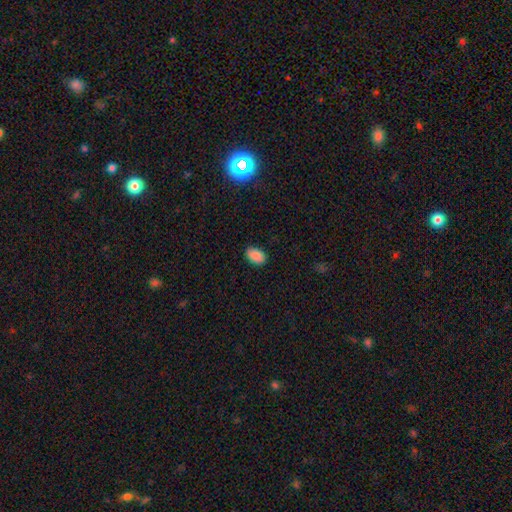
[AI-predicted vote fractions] smooth 89%, star or artifact 8%, featured or disk 3%. Down the decision tree: how rounded — in between (89%); merging — none (85%).